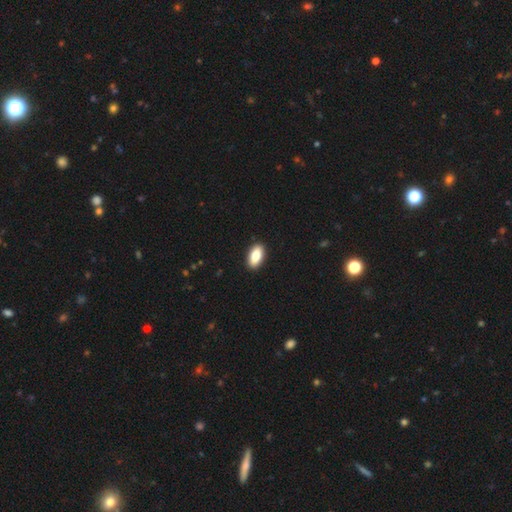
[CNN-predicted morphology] The model was most divided on "smooth or featured": smooth: 83%, featured or disk: 11%, star or artifact: 7%. More confident: how rounded — in between (92%); merging — none (91%).